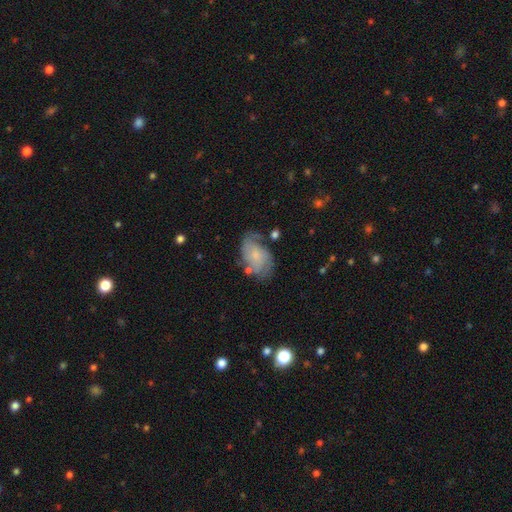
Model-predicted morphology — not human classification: Q: Smooth or featured?
A: featured or disk (55%); runner-up: smooth (38%)
Q: Edge-on disk?
A: no (96%); runner-up: yes (4%)
Q: Bar?
A: no (76%); runner-up: weak (21%)
Q: Spiral arms?
A: yes (80%); runner-up: no (20%)
Q: Bulge size?
A: small (57%); runner-up: moderate (25%)
Q: Merging?
A: none (54%); runner-up: minor disturbance (27%)